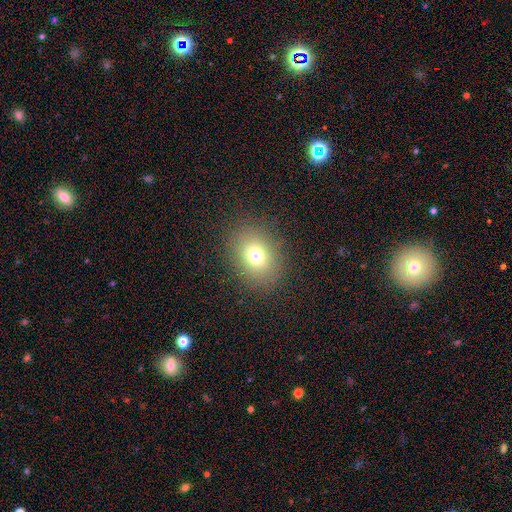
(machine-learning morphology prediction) Overall: smooth (73%). How rounded: round (53%; in between 46%). Merging: none (86%).